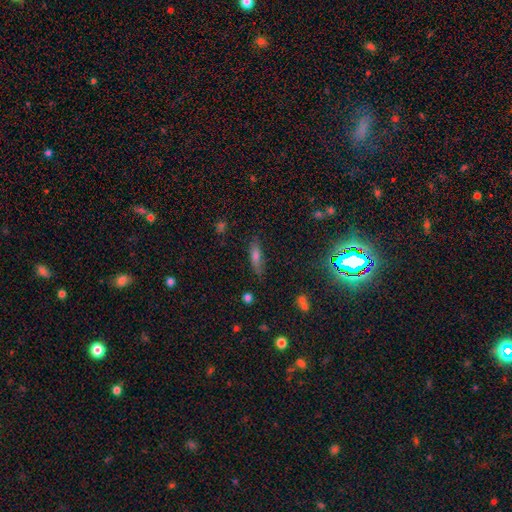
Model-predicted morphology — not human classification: Smooth or featured?
  - smooth: 62% *
  - featured or disk: 21%
  - star or artifact: 17%
How rounded?
  - cigar-shaped: 56% *
  - in between: 41%
  - round: 4%
Merging?
  - none: 77% *
  - minor disturbance: 17%
  - major disturbance: 4%
  - merger: 2%